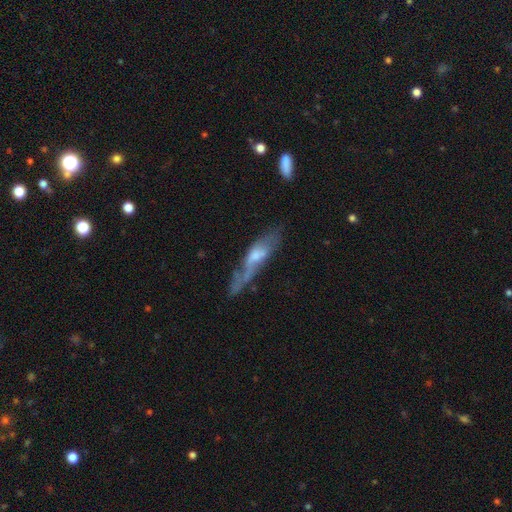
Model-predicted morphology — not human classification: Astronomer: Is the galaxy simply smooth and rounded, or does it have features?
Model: featured or disk — 55% (runner-up: smooth, 38%).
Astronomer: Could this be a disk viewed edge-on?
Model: yes — 50%, tied with no at 50%.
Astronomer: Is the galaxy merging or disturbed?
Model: none — 41% (runner-up: minor disturbance, 28%).